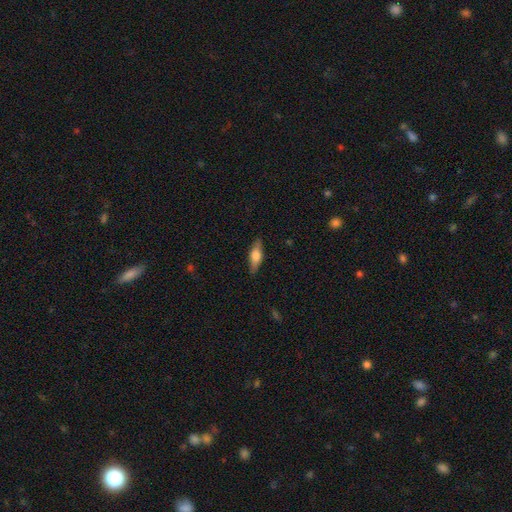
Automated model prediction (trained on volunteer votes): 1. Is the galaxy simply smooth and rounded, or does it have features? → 56% smooth, 38% featured or disk, 6% star or artifact.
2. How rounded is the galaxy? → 57% in between, 40% cigar-shaped, 3% round.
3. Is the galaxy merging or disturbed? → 86% none, 11% minor disturbance, 2% major disturbance, 1% merger.